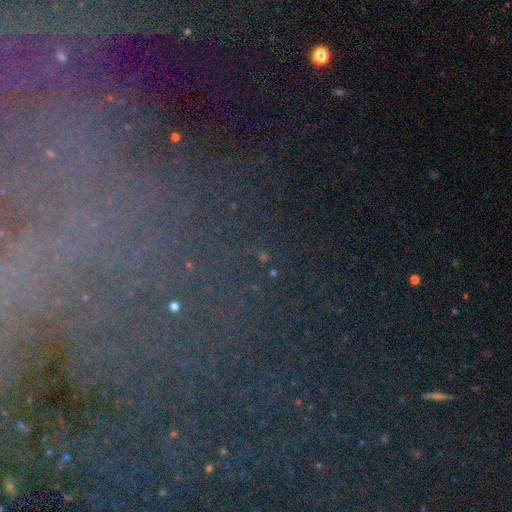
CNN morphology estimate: Q: Smooth or featured?
A: star or artifact (65%); runner-up: featured or disk (19%)